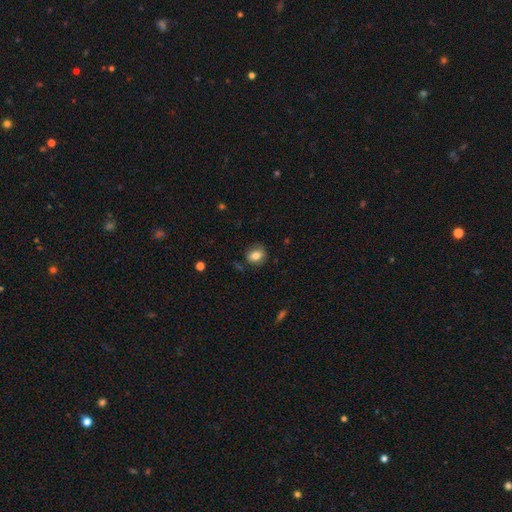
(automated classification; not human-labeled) smooth 78%, featured or disk 13%, star or artifact 9%. Down the decision tree: how rounded — in between (52%); merging — none (72%).